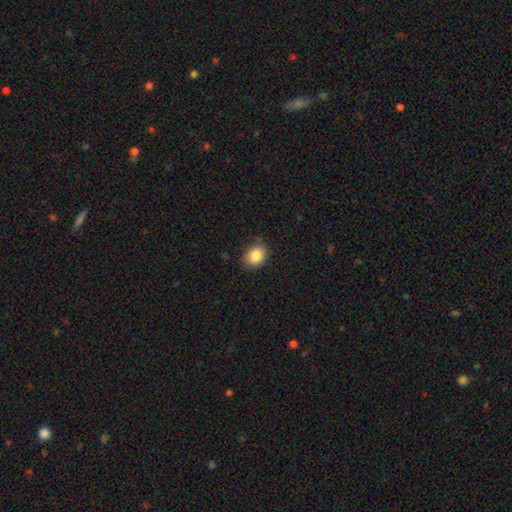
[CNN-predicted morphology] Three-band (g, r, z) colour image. It shows a smooth galaxy with no disk features (86%) that is in between round and cigar-shaped (51%). Merging: none (82%).